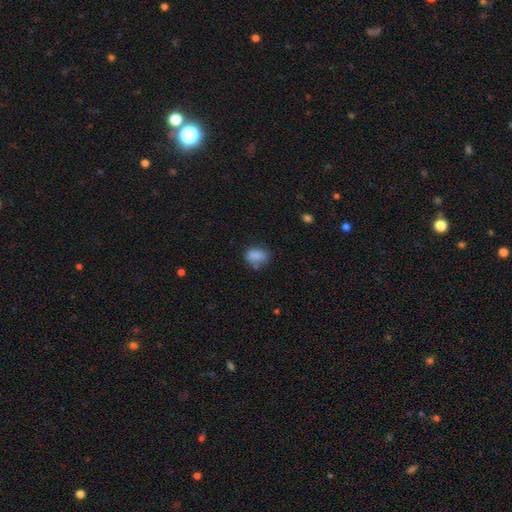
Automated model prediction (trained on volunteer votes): Smooth or featured? Predicted: smooth (p=0.84). How rounded? Predicted: in between (p=0.80). Merging? Predicted: none (p=0.62).